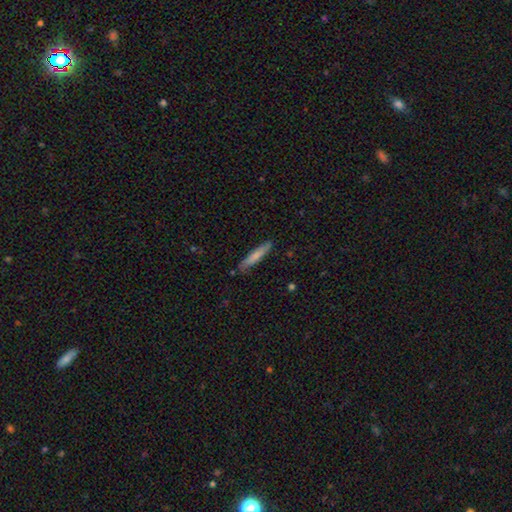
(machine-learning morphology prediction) A smooth galaxy with no disk features (73%) that is cigar-shaped (93%). Merging: none (86%).